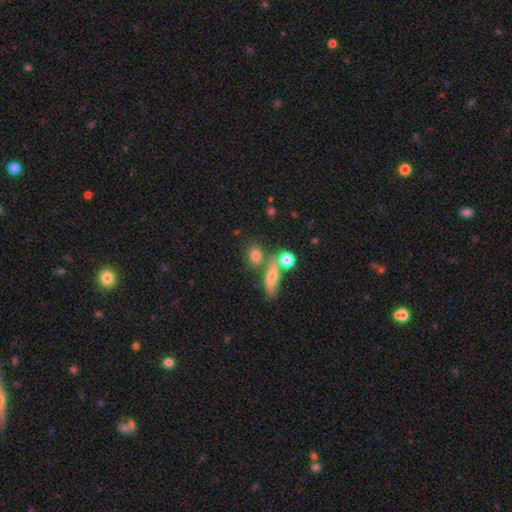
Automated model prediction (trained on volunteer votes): This is likely a smooth galaxy (77%). How rounded: possibly round (45%). Merging: likely none (61%).